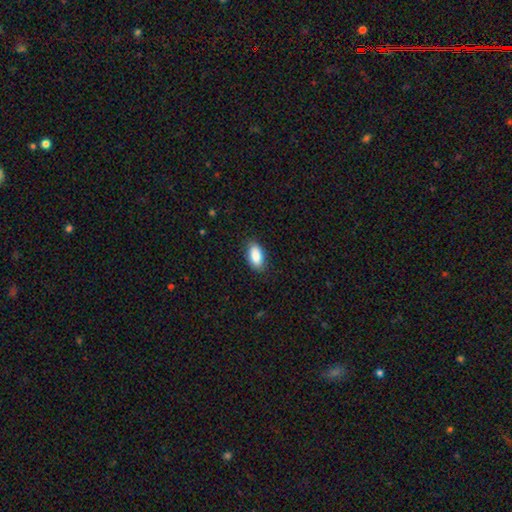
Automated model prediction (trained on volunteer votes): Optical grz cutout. It shows a smooth galaxy with no disk features (88%) that is in between round and cigar-shaped (92%). Merging: none (86%).